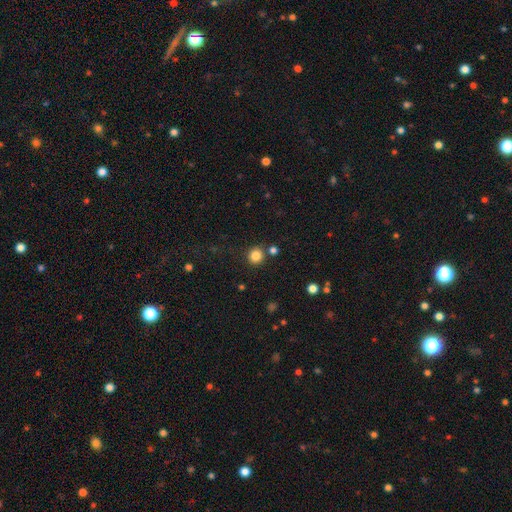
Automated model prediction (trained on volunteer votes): Morphology: type=smooth (84%); roundness=round (93%); merging=none (82%).